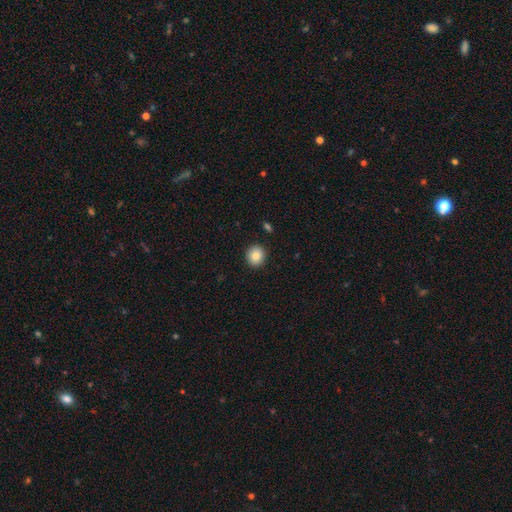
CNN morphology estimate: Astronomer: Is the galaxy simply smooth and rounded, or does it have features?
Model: smooth — 84%.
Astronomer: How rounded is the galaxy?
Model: round — 89%.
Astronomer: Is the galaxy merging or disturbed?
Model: none — 92%.